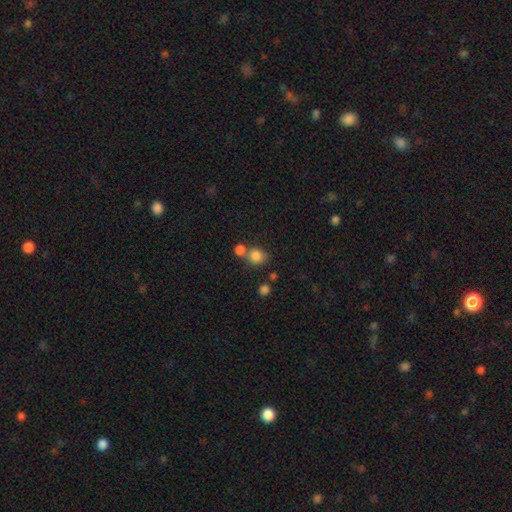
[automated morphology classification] Q: Smooth or featured?
A: smooth (82%); runner-up: star or artifact (11%)
Q: How rounded?
A: round (72%); runner-up: in between (27%)
Q: Merging?
A: none (51%); runner-up: merger (34%)